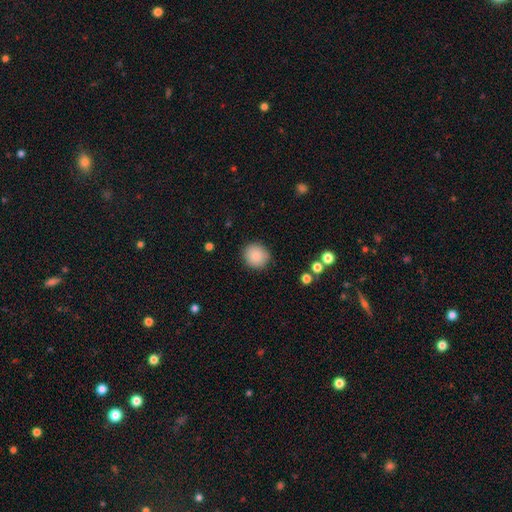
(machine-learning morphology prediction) A smooth galaxy with no disk features (87%) that is round (89%). Merging: none (89%).